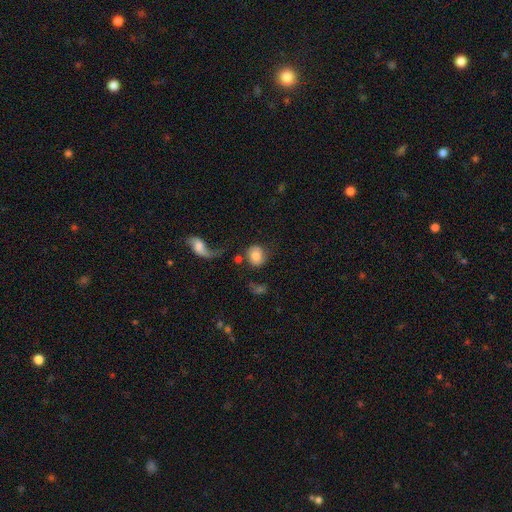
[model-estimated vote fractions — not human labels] Smooth or featured?
  - smooth: 67% *
  - featured or disk: 25%
  - star or artifact: 8%
How rounded?
  - round: 79% *
  - in between: 19%
  - cigar-shaped: 1%
Merging?
  - none: 52% *
  - major disturbance: 17%
  - merger: 16%
  - minor disturbance: 15%